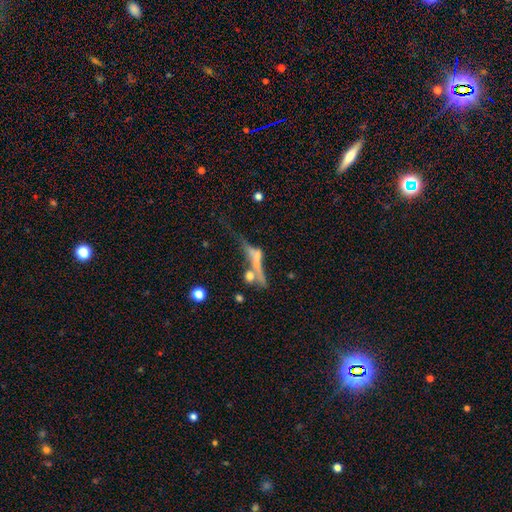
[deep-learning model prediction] This is possibly a featured or disk galaxy (56%). It is likely viewed edge-on (64%). Merging: marginally merger (33%).